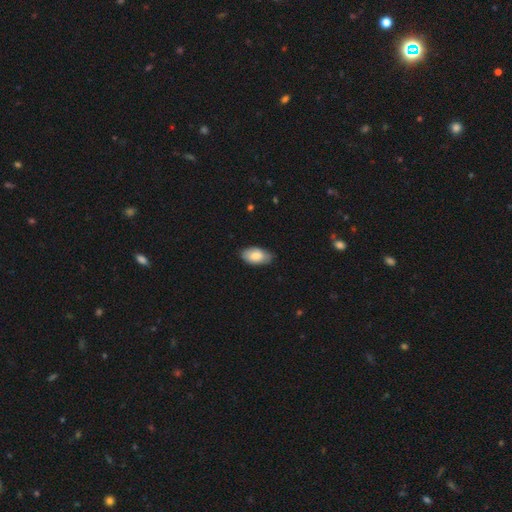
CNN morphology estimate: This is clearly a smooth galaxy (82%). How rounded: clearly in between (95%). Merging: likely none (77%).